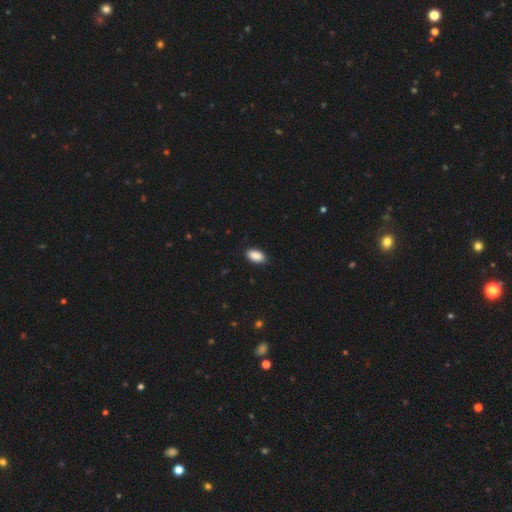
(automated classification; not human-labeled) Smooth or featured?
  - smooth: 90% *
  - star or artifact: 7%
  - featured or disk: 3%
How rounded?
  - in between: 94% *
  - round: 4%
  - cigar-shaped: 2%
Merging?
  - none: 89% *
  - minor disturbance: 9%
  - major disturbance: 2%
  - merger: 1%